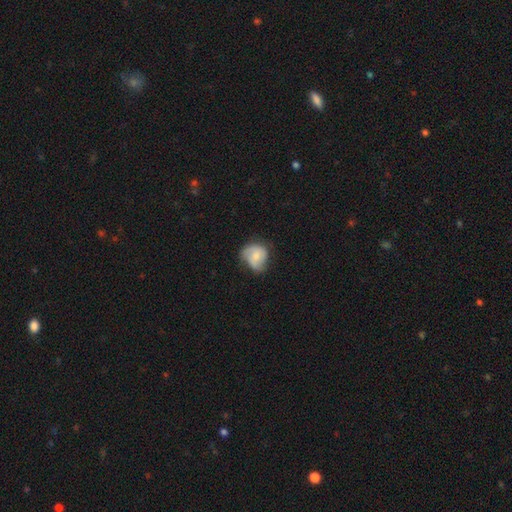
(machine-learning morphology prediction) Q: Smooth or featured?
A: smooth (51%); runner-up: featured or disk (42%)
Q: How rounded?
A: round (60%); runner-up: in between (39%)
Q: Merging?
A: none (43%); runner-up: minor disturbance (37%)